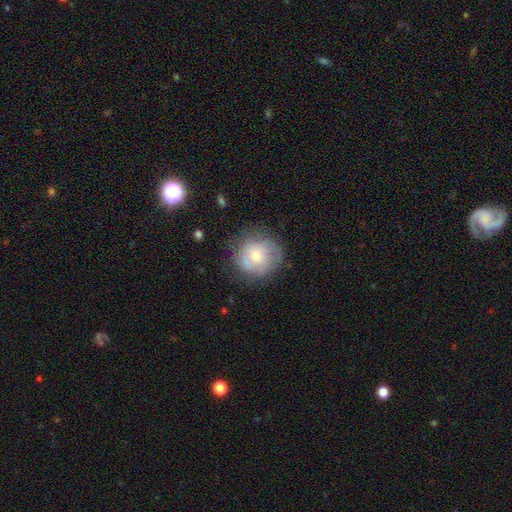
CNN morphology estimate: smooth_or_featured: smooth (p=0.54) [alt: featured or disk p=0.38]
how_rounded: round (p=0.88) [alt: in between p=0.11]
merging: none (p=0.66) [alt: minor disturbance p=0.22]